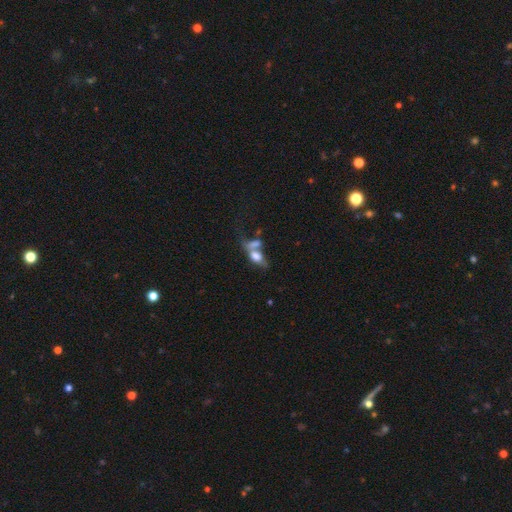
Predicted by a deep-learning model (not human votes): This appears to be a smooth galaxy with no disk features (63%) that is in between round and cigar-shaped (78%). Merging: merger (54%).